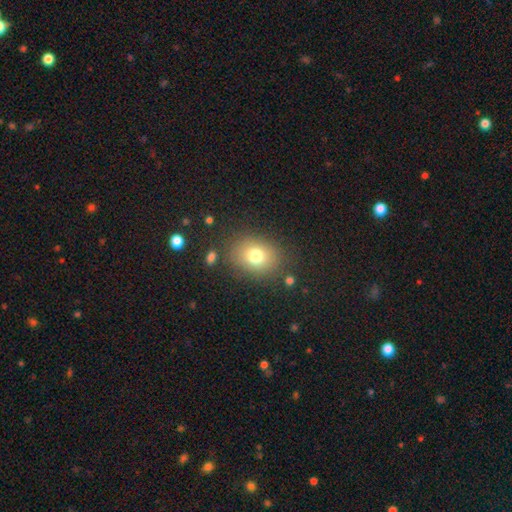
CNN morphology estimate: This is likely a smooth galaxy (76%). How rounded: possibly in between (54%). Merging: clearly none (82%).